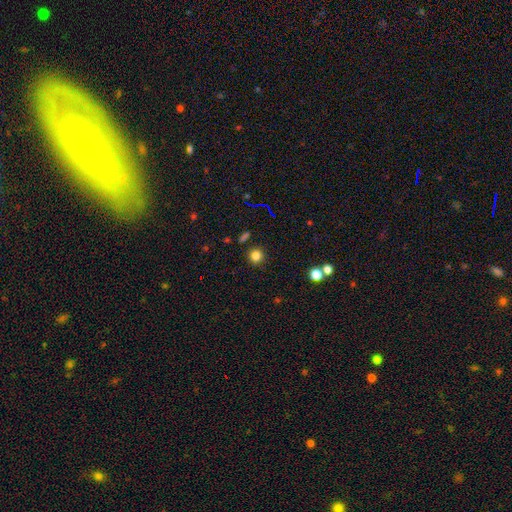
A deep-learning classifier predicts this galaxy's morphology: smooth 81%, star or artifact 14%, featured or disk 5%. Down the decision tree: how rounded — round (91%); merging — none (89%).